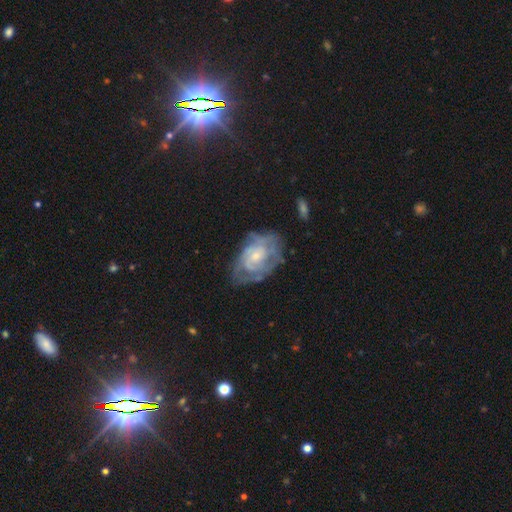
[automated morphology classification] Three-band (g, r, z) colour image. It shows a featured or disk galaxy (79%) with no bar (65%), tight (57%) spiral arms (85%) and a small central bulge (63%). Merging: none (59%).